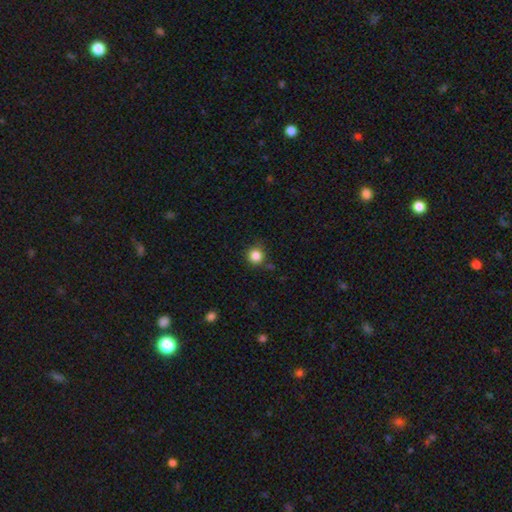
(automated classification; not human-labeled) Smooth or featured? Predicted: smooth (p=0.84). How rounded? Predicted: round (p=0.93). Merging? Predicted: none (p=0.81).